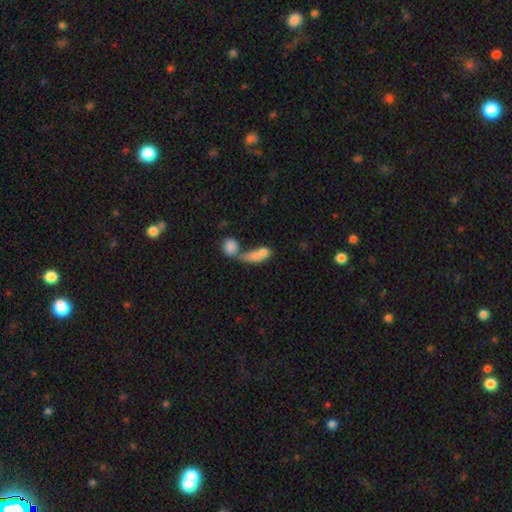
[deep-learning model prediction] Morphology: type=smooth (71%); roundness=in between (63%); merging=merger (62%).